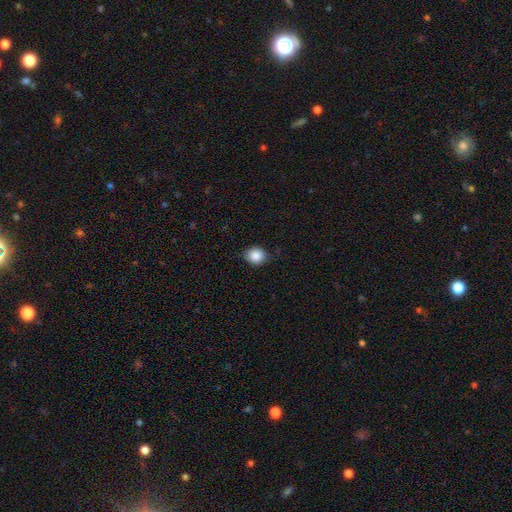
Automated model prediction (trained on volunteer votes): The model was most divided on "how rounded": round: 64%, in between: 35%, cigar-shaped: 1%. More confident: smooth or featured — smooth (87%); merging — none (79%).